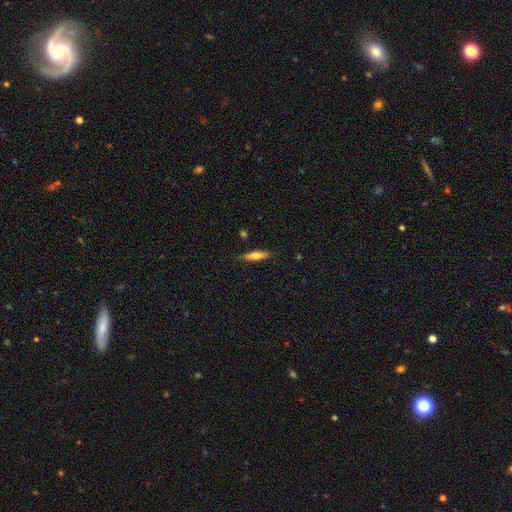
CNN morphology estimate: Smooth or featured?
  - featured or disk: 51% *
  - smooth: 43%
  - star or artifact: 6%
Edge-on disk?
  - yes: 94% *
  - no: 6%
Merging?
  - none: 85% *
  - minor disturbance: 11%
  - major disturbance: 2%
  - merger: 2%